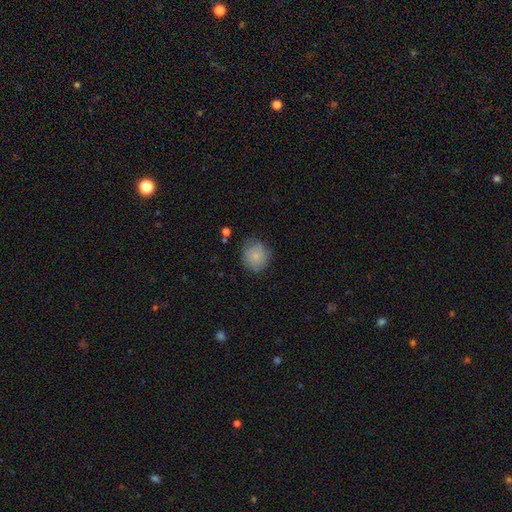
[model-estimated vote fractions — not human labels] smooth-or-featured: smooth: 83% | featured or disk: 9% | star or artifact: 8%
  how-rounded: round: 86% | in between: 13% | cigar-shaped: 1%
  merging: none: 78% | minor disturbance: 16% | major disturbance: 4% | merger: 2%